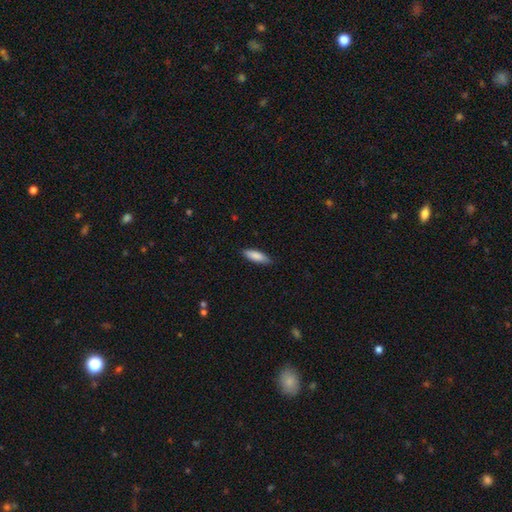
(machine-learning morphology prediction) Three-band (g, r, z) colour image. It shows a smooth galaxy with no disk features (85%) that is in between round and cigar-shaped (50%). Merging: none (87%).